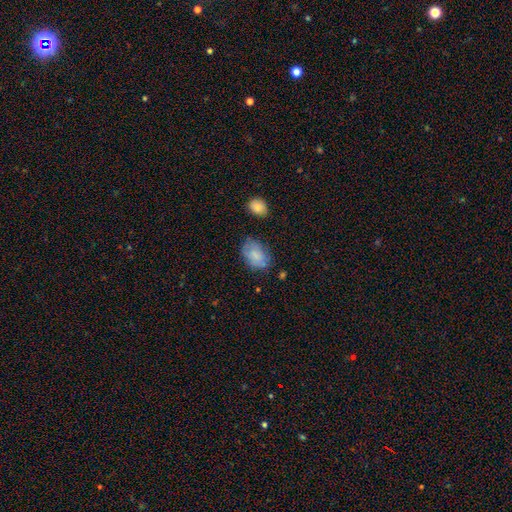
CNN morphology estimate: This is likely a smooth galaxy (76%). How rounded: clearly in between (85%). Merging: likely none (66%).